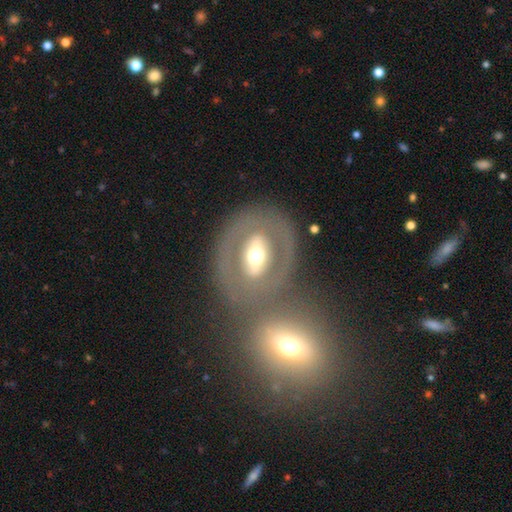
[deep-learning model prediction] smooth_or_featured: featured or disk (p=0.62) [alt: smooth p=0.31]
disk_edge_on: no (p=0.92) [alt: yes p=0.08]
bar: strong (p=0.44) [alt: no p=0.31]
has_spiral_arms: no (p=0.81) [alt: yes p=0.19]
bulge_size: moderate (p=0.69) [alt: large p=0.15]
merging: none (p=0.53) [alt: merger p=0.26]